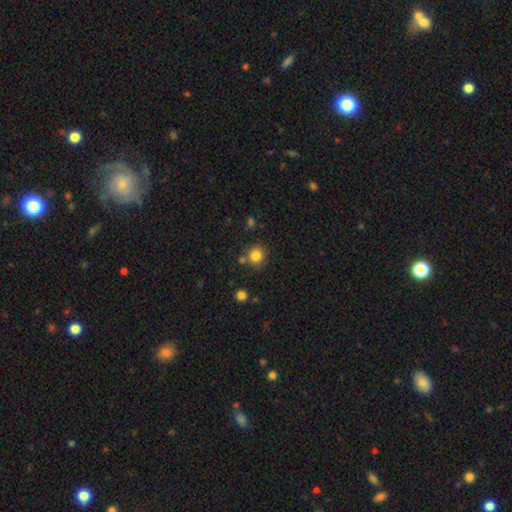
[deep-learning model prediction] This appears to be a smooth galaxy with no disk features (83%) that is round (89%). Merging: none (76%).